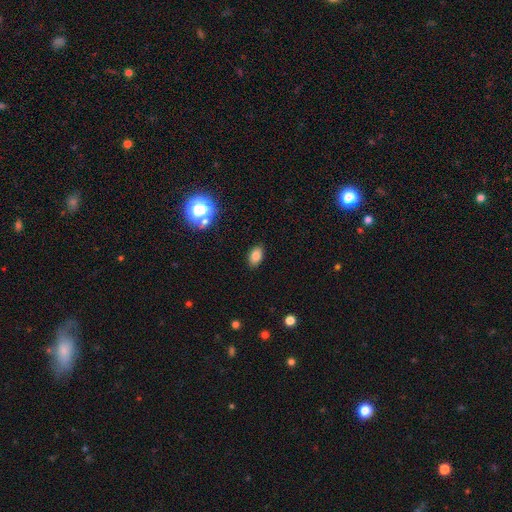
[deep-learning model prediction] A smooth galaxy with no disk features (79%) that is in between round and cigar-shaped (88%). Merging: none (88%).